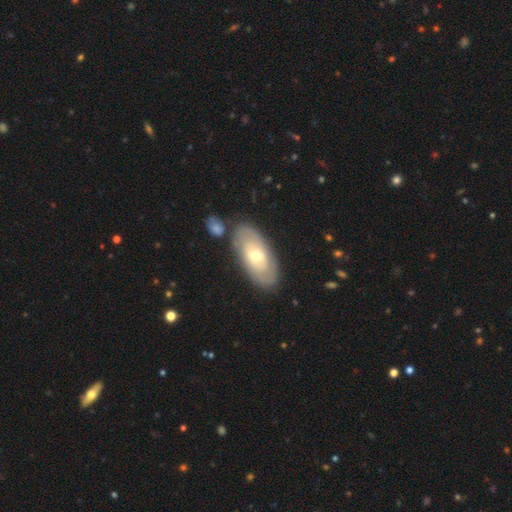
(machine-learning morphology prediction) smooth_or_featured: featured or disk (p=0.61) [alt: smooth p=0.34]
disk_edge_on: no (p=0.89) [alt: yes p=0.11]
bar: no (p=0.69) [alt: weak p=0.25]
has_spiral_arms: yes (p=0.65) [alt: no p=0.35]
bulge_size: moderate (p=0.59) [alt: small p=0.36]
merging: none (p=0.79) [alt: minor disturbance p=0.12]